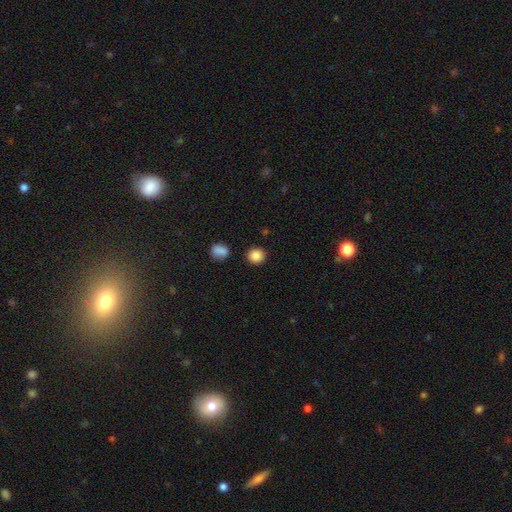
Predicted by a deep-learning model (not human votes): Overall: smooth (86%). How rounded: round (87%). Merging: none (88%).